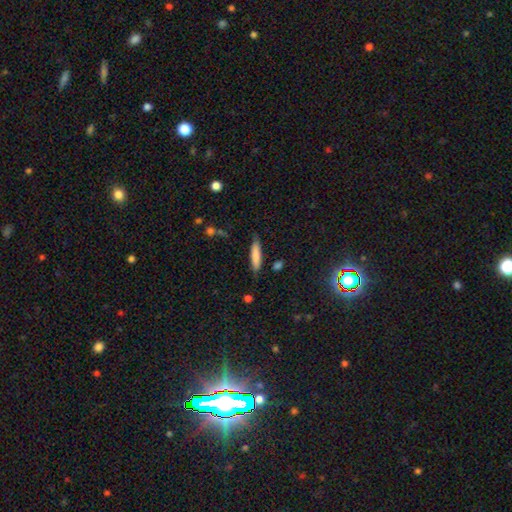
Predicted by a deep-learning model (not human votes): The model was most divided on "how rounded": cigar-shaped: 79%, in between: 19%, round: 1%. More confident: smooth or featured — smooth (80%); merging — none (80%).